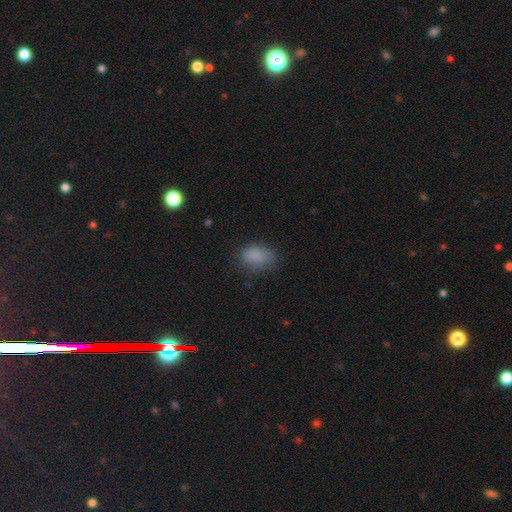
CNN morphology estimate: smooth_or_featured: smooth (p=0.81) [alt: star or artifact p=0.12]
how_rounded: in between (p=0.78) [alt: round p=0.21]
merging: none (p=0.61) [alt: minor disturbance p=0.26]